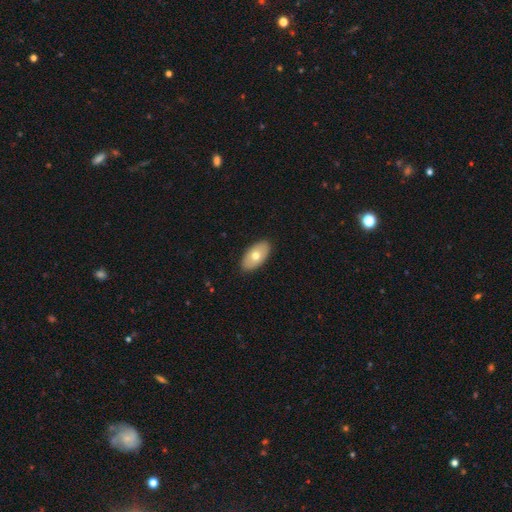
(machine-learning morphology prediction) This appears to be a smooth galaxy with no disk features (67%) that is in between round and cigar-shaped (94%). Merging: none (89%).